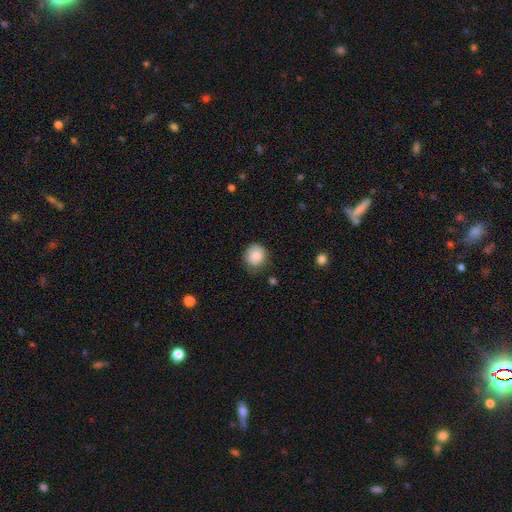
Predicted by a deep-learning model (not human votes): Smooth or featured?
  - smooth: 85% *
  - star or artifact: 8%
  - featured or disk: 7%
How rounded?
  - round: 80% *
  - in between: 19%
  - cigar-shaped: 1%
Merging?
  - none: 74% *
  - minor disturbance: 20%
  - major disturbance: 4%
  - merger: 2%